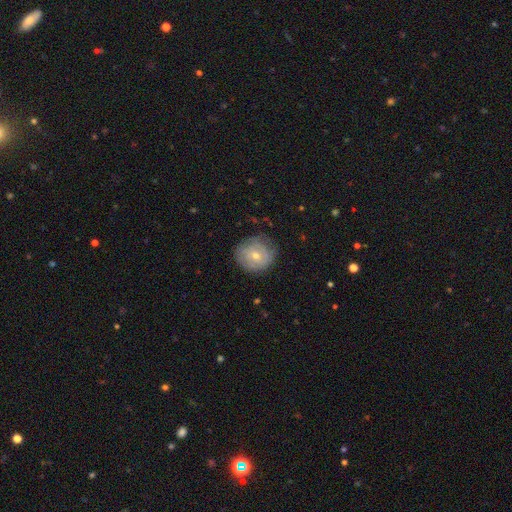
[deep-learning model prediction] Q: Smooth or featured?
A: featured or disk (47%); runner-up: smooth (43%)
Q: Merging?
A: none (74%); runner-up: minor disturbance (19%)